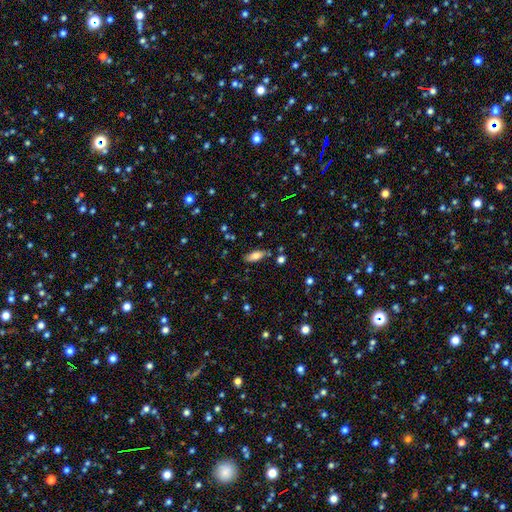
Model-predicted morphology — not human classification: smooth 78%, featured or disk 14%, star or artifact 8%. Down the decision tree: how rounded — in between (80%); merging — none (79%).